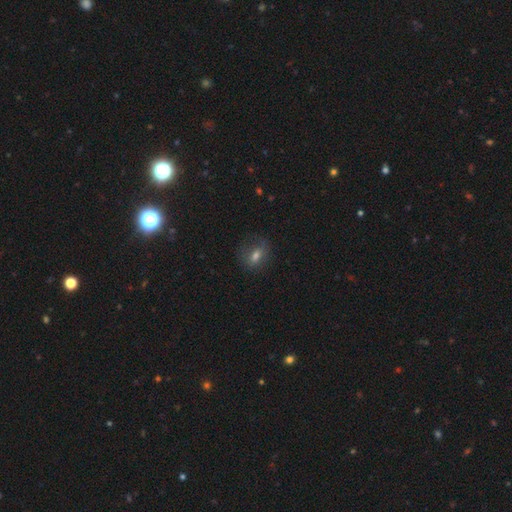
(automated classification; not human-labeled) Q: Smooth or featured?
A: smooth (58%); runner-up: featured or disk (23%)
Q: How rounded?
A: in between (59%); runner-up: round (37%)
Q: Merging?
A: none (67%); runner-up: minor disturbance (20%)